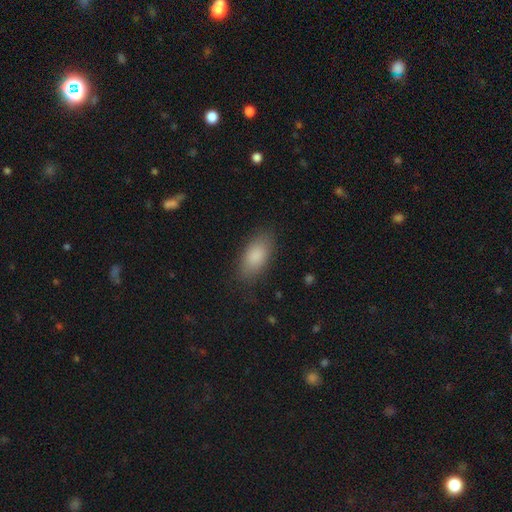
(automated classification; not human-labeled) smooth-or-featured: smooth: 87% | featured or disk: 7% | star or artifact: 6%
  how-rounded: in between: 91% | cigar-shaped: 7% | round: 3%
  merging: none: 83% | minor disturbance: 12% | major disturbance: 4% | merger: 1%